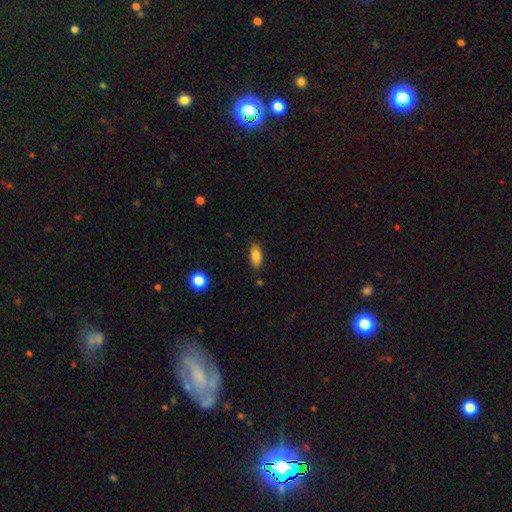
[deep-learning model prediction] Morphology: type=smooth (82%); roundness=in between (84%); merging=none (85%).